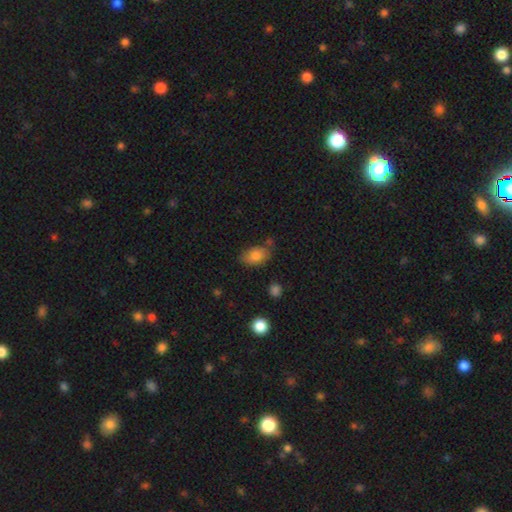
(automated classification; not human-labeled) Smooth or featured?
  - smooth: 81% *
  - featured or disk: 11%
  - star or artifact: 8%
How rounded?
  - in between: 90% *
  - round: 9%
  - cigar-shaped: 2%
Merging?
  - none: 71% *
  - minor disturbance: 19%
  - merger: 6%
  - major disturbance: 4%